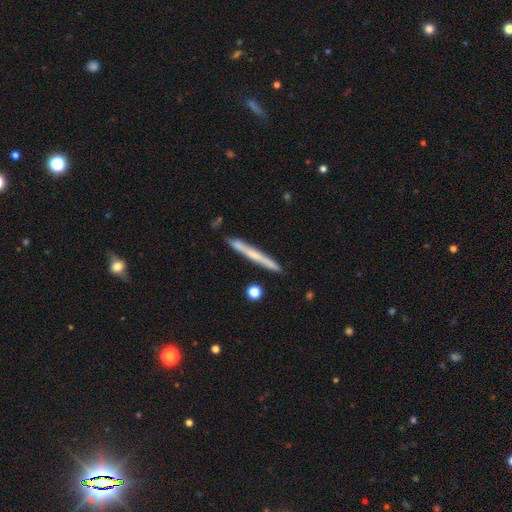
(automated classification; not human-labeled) Overall: featured or disk (48%; smooth 46%). Merging: none (85%).